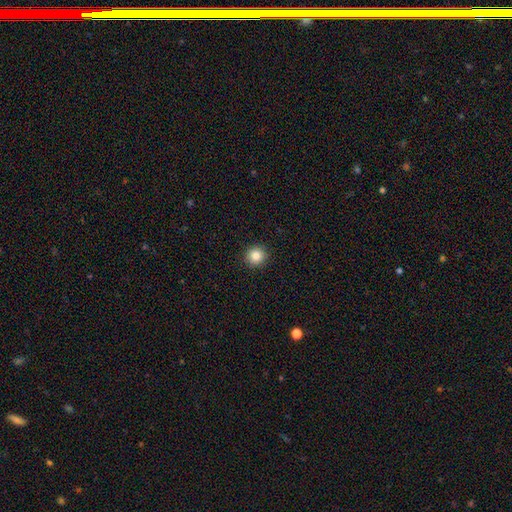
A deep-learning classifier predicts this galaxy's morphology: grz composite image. It shows a smooth galaxy with no disk features (85%) that is round (92%). Merging: none (92%).